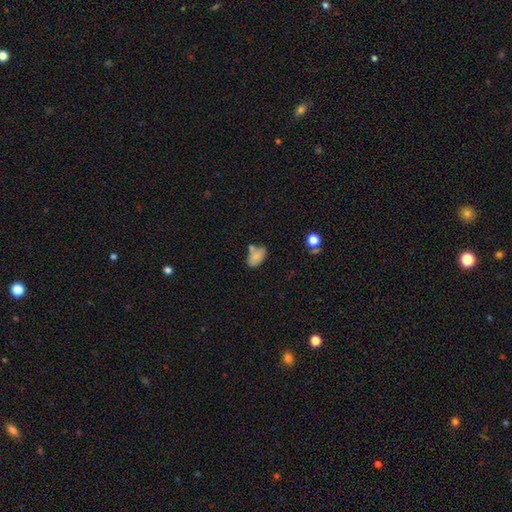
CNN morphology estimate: Smooth or featured? Predicted: smooth (p=0.77). How rounded? Predicted: in between (p=0.91). Merging? Predicted: none (p=0.47).